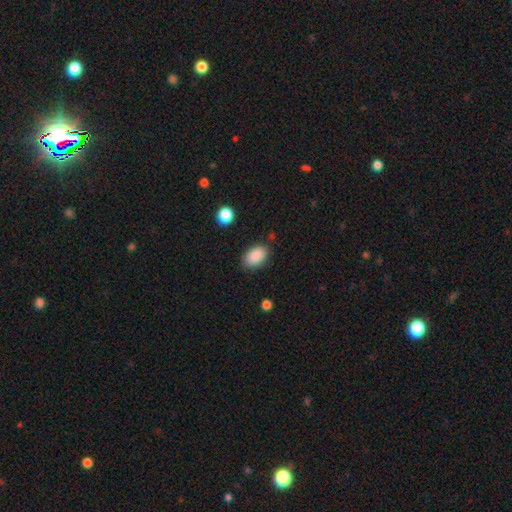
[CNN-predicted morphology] This is clearly a smooth galaxy (89%). How rounded: clearly in between (88%). Merging: clearly none (82%).